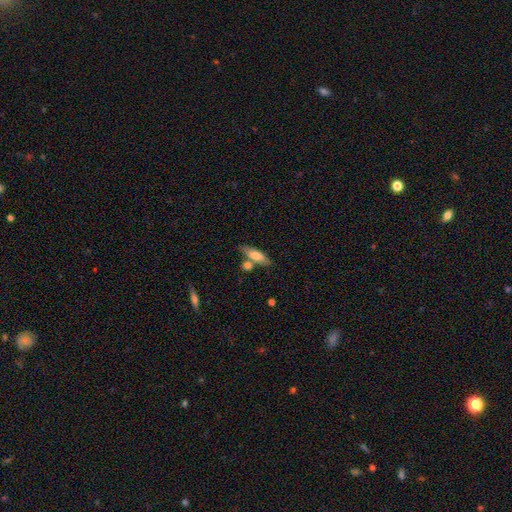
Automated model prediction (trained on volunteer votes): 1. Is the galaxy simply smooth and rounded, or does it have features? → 73% smooth, 21% featured or disk, 7% star or artifact.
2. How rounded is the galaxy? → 56% in between, 41% cigar-shaped, 3% round.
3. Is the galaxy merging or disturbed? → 59% none, 21% merger, 15% minor disturbance, 5% major disturbance.